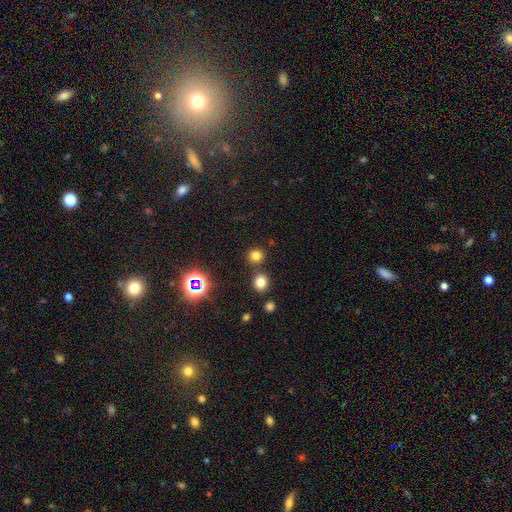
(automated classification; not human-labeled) Overall: smooth (73%). How rounded: round (89%). Merging: none (78%).